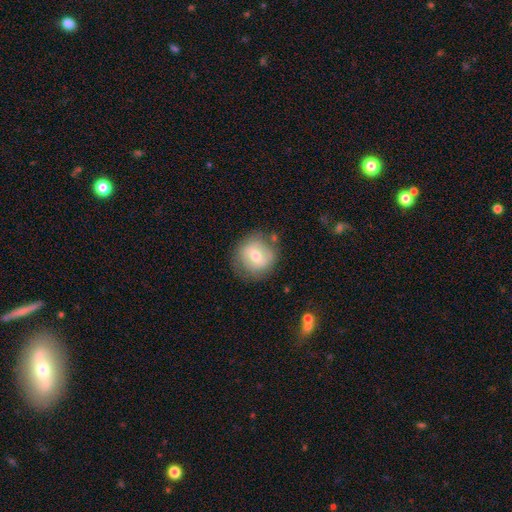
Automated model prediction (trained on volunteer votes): Morphology: type=smooth (56%); roundness=round (89%); merging=none (73%).